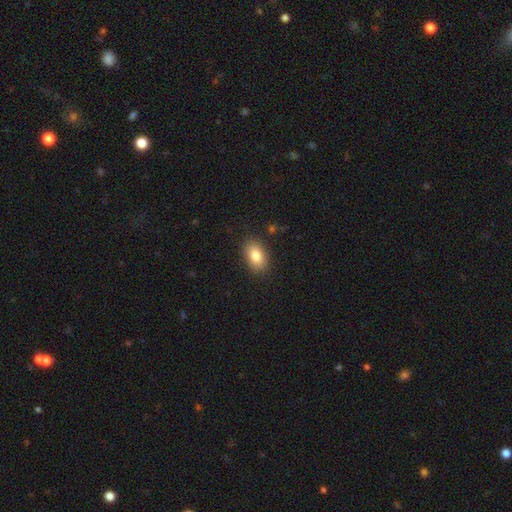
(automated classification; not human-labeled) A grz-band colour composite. It shows a smooth galaxy with no disk features (83%) that is in between round and cigar-shaped (88%). Merging: none (86%).